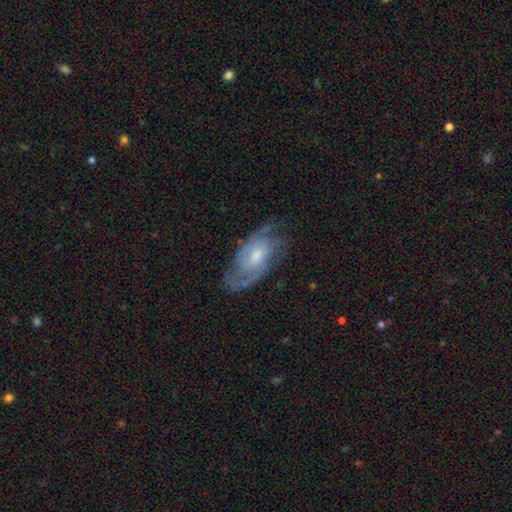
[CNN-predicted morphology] Smooth or featured? featured or disk (73%)
Edge-on disk? no (93%)
Bar? no (61%)
Spiral arms? yes (87%)
Spiral winding? medium (43%)
Spiral arm count? 2 (45%)
Bulge size? moderate (50%)
Merging? none (64%)